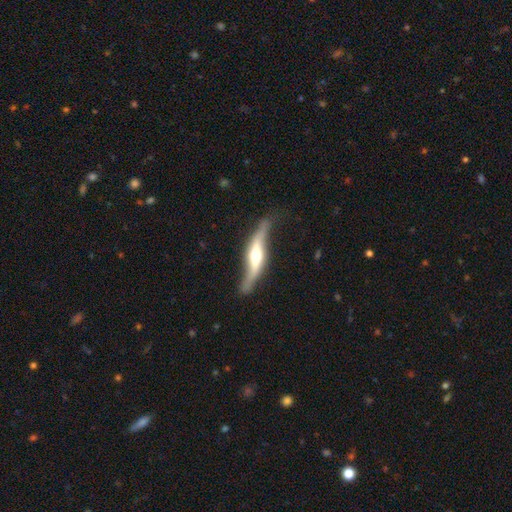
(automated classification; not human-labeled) This appears to be a featured or disk galaxy (78%) viewed edge-on (72%) with a rounded central bulge (87%). Merging: none (64%).